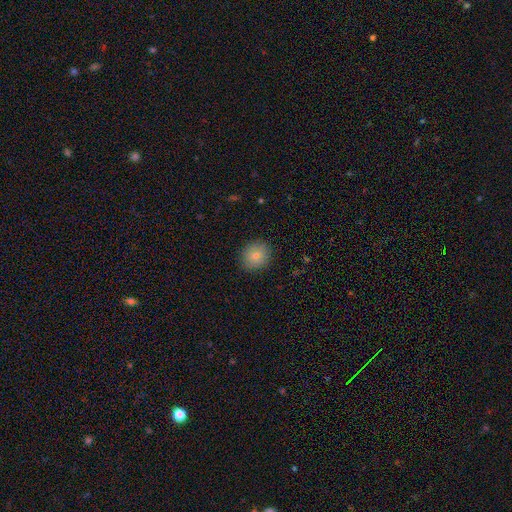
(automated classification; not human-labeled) A smooth galaxy with no disk features (79%) that is round (76%).

Vote fractions:
- Smooth or featured? smooth: 79% / featured or disk: 12% / star or artifact: 10%
- How rounded? round: 76% / in between: 23% / cigar-shaped: 1%
- Merging? none: 88% / minor disturbance: 9% / major disturbance: 2% / merger: 1%